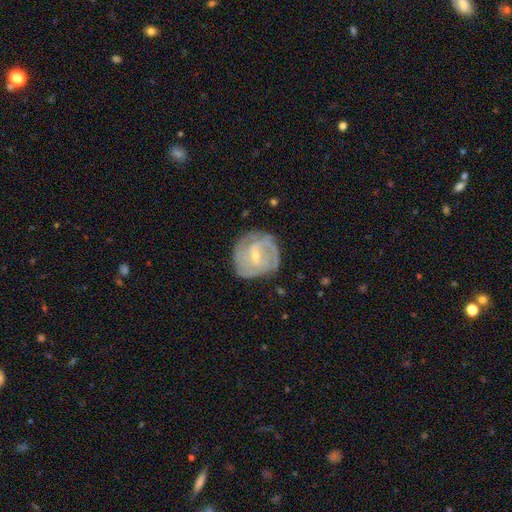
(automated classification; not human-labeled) The model was most divided on "spiral arm count": can't tell: 30%, 2: 29%, 3: 24%, 4: 7%, 1: 5%, more than 4: 4%. More confident: edge-on disk — no (97%); spiral arms — yes (92%); smooth or featured — featured or disk (80%); merging — none (73%); bulge size — small (64%); spiral winding — tight (59%); bar — weak (52%).